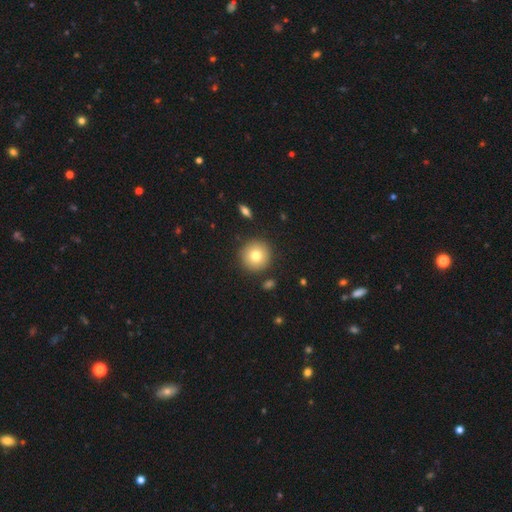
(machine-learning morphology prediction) Smooth or featured? smooth (78%)
How rounded? round (95%)
Merging? none (89%)